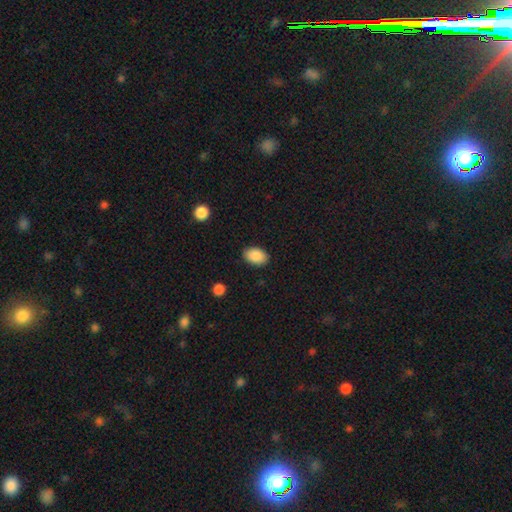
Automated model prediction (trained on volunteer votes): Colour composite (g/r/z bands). It shows a smooth galaxy with no disk features (89%) that is in between round and cigar-shaped (88%). Merging: none (86%).